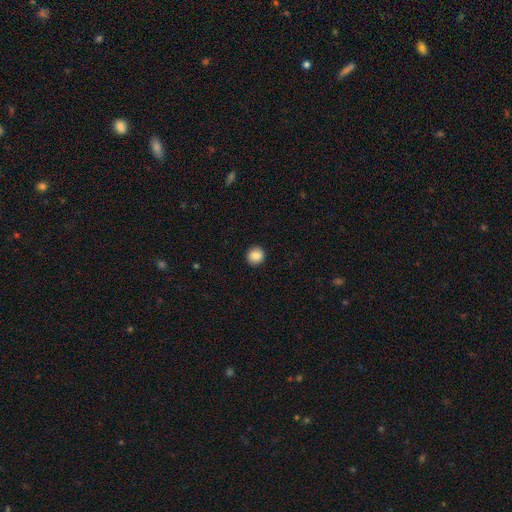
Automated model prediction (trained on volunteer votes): The model was most divided on "smooth or featured": smooth: 88%, star or artifact: 9%, featured or disk: 4%. More confident: merging — none (92%); how rounded — round (92%).